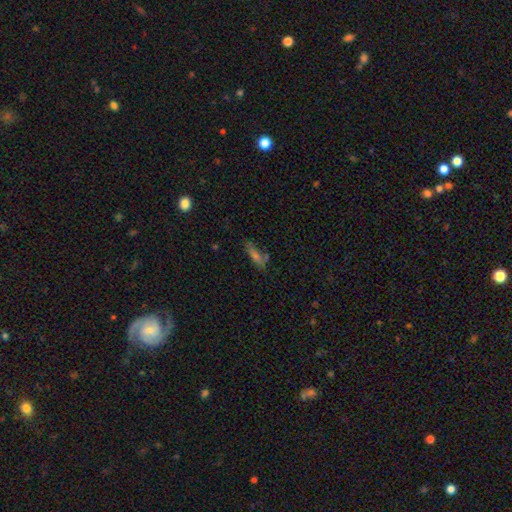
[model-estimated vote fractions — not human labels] Smooth or featured? Predicted: smooth (p=0.47). Merging? Predicted: none (p=0.61).